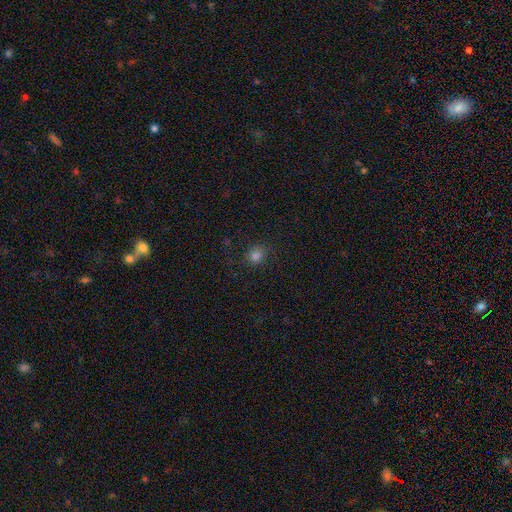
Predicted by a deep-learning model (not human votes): Morphology: type=smooth (80%); roundness=round (75%); merging=none (83%).